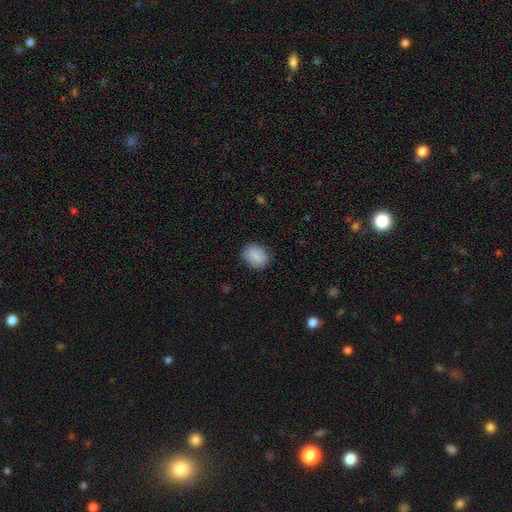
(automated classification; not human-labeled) A smooth galaxy with no disk features (89%) that is round (54%).

Vote fractions:
- Smooth or featured? smooth: 89% / star or artifact: 7% / featured or disk: 4%
- How rounded? round: 54% / in between: 45% / cigar-shaped: 1%
- Merging? none: 87% / minor disturbance: 10% / major disturbance: 3% / merger: 1%